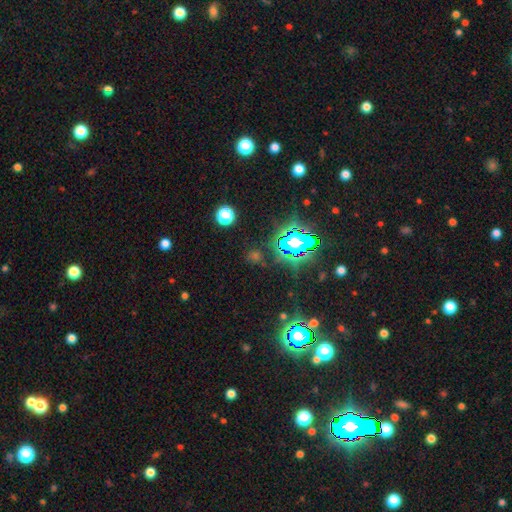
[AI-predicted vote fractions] star or artifact 63%, smooth 28%, featured or disk 9%.